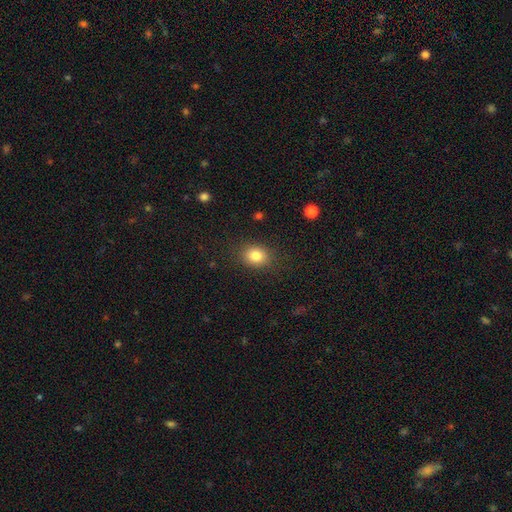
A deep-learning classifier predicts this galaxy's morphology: The model was most divided on "how rounded": in between: 50%, round: 49%, cigar-shaped: 1%. More confident: merging — none (85%); smooth or featured — smooth (83%).